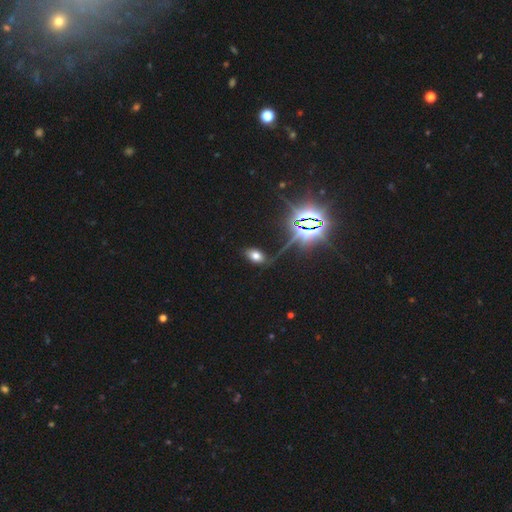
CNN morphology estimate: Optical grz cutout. It shows a smooth galaxy with no disk features (60%) that is in between round and cigar-shaped (90%). Merging: none (75%).